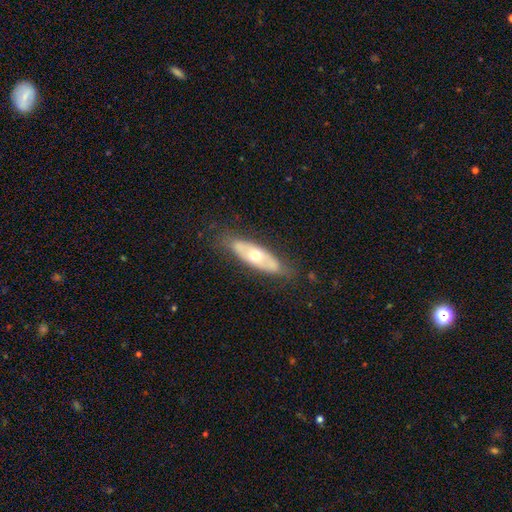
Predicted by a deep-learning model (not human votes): Smooth or featured? Predicted: featured or disk (p=0.50). Edge-on disk? Predicted: no (p=0.66). Merging? Predicted: none (p=0.75).